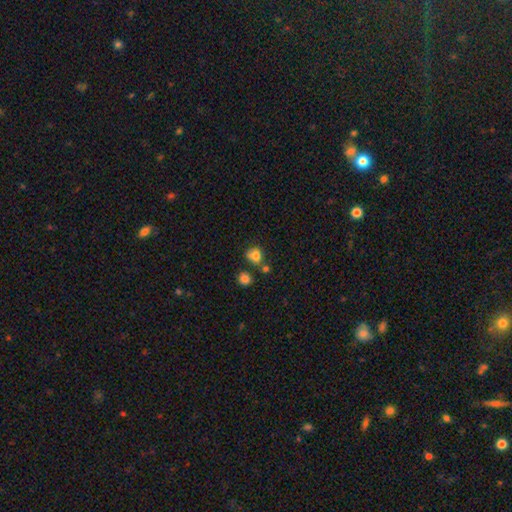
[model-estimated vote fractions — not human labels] A smooth galaxy with no disk features (79%) that is round (72%).

Vote fractions:
- Smooth or featured? smooth: 79% / star or artifact: 12% / featured or disk: 9%
- How rounded? round: 72% / in between: 27% / cigar-shaped: 1%
- Merging? none: 60% / minor disturbance: 18% / merger: 16% / major disturbance: 6%